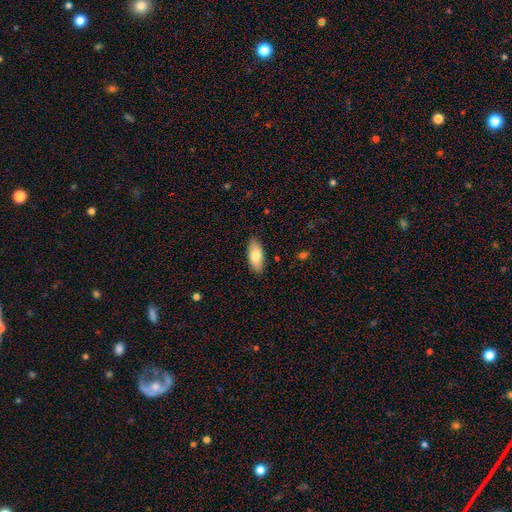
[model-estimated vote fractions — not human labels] This is likely a smooth galaxy (79%). How rounded: clearly in between (89%). Merging: clearly none (87%).